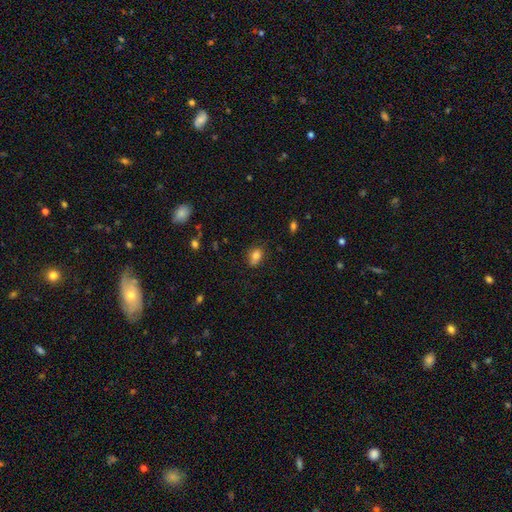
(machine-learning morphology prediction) smooth_or_featured: smooth (p=0.82) [alt: star or artifact p=0.10]
how_rounded: in between (p=0.71) [alt: round p=0.27]
merging: none (p=0.63) [alt: minor disturbance p=0.27]